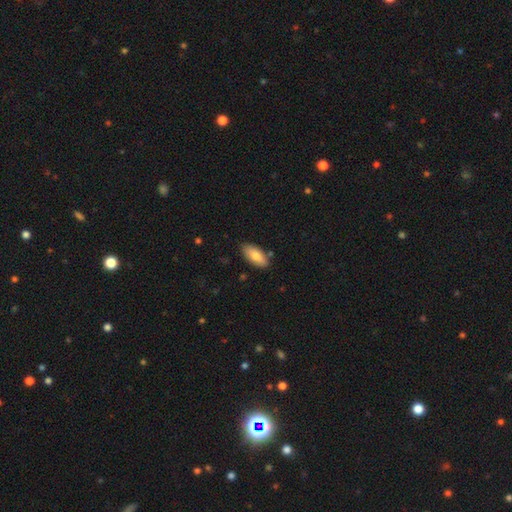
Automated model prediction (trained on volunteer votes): This is likely a smooth galaxy (79%). How rounded: clearly in between (87%). Merging: clearly none (83%).